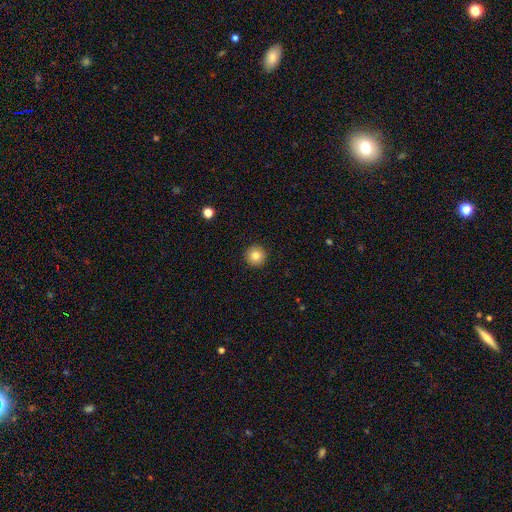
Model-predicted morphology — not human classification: This appears to be a smooth galaxy with no disk features (83%) that is round (96%). Merging: none (93%).